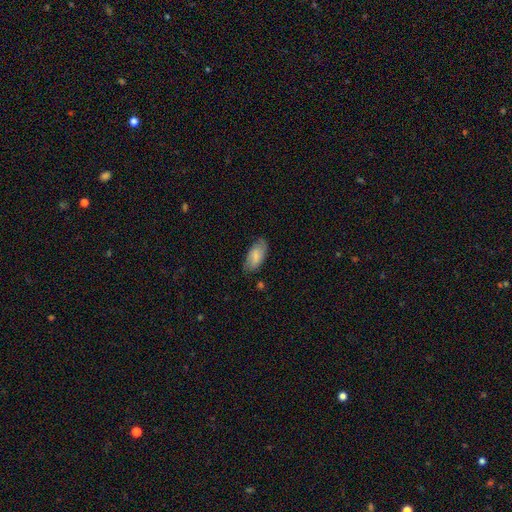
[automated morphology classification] Smooth or featured: smooth — 71% (featured or disk — 22%)
How rounded: in between — 93% (cigar-shaped — 5%)
Merging: none — 72% (minor disturbance — 22%)